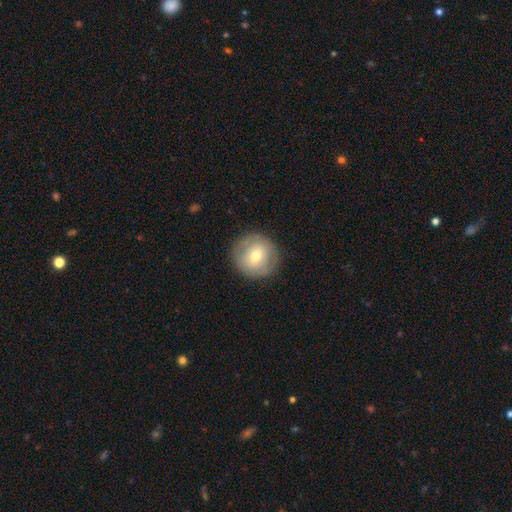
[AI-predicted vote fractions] This appears to be a smooth galaxy with no disk features (57%) that is round (92%). Merging: none (86%).